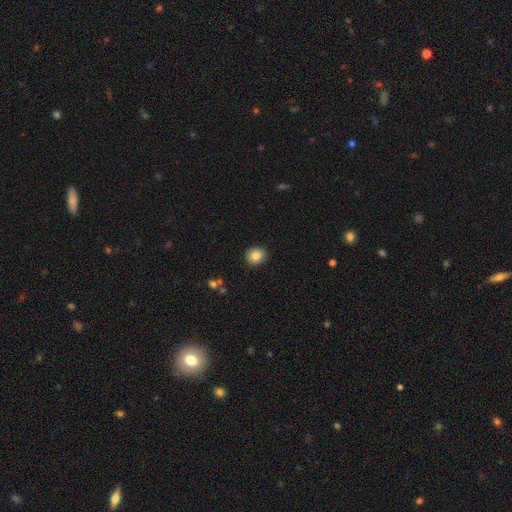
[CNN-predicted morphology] smooth-or-featured: smooth: 83% | star or artifact: 9% | featured or disk: 8%
  how-rounded: round: 76% | in between: 23% | cigar-shaped: 1%
  merging: none: 91% | minor disturbance: 7% | major disturbance: 2% | merger: 1%